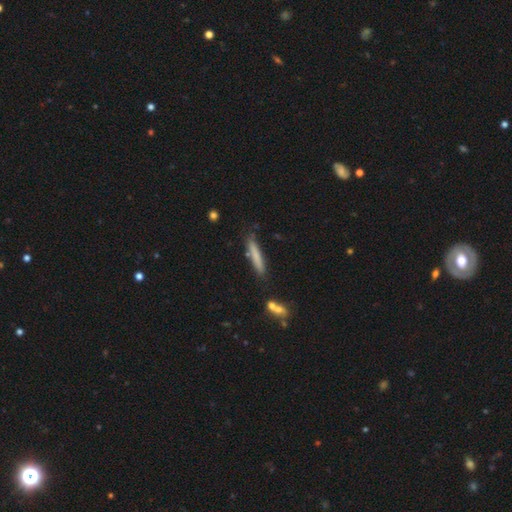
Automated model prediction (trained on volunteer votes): This appears to be a smooth galaxy with no disk features (72%) that is cigar-shaped (93%). Merging: none (79%).